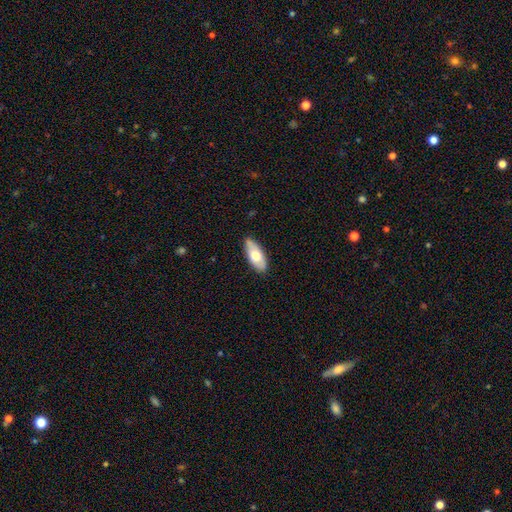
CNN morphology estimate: Smooth or featured?
  - smooth: 66% *
  - featured or disk: 28%
  - star or artifact: 6%
How rounded?
  - in between: 85% *
  - cigar-shaped: 13%
  - round: 2%
Merging?
  - none: 85% *
  - minor disturbance: 12%
  - major disturbance: 2%
  - merger: 1%